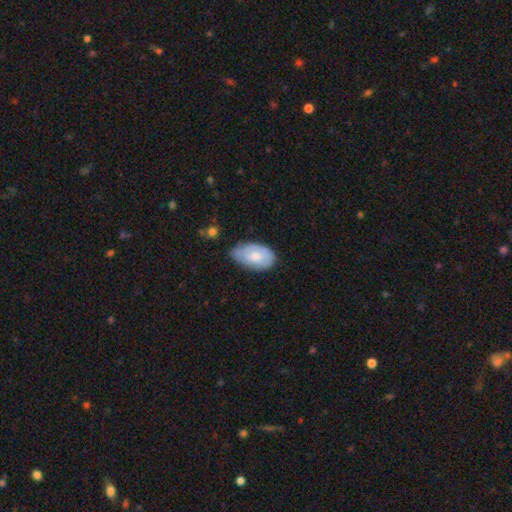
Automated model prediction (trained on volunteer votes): A smooth galaxy with no disk features (71%) that is in between round and cigar-shaped (94%).

Vote fractions:
- Smooth or featured? smooth: 71% / featured or disk: 23% / star or artifact: 6%
- How rounded? in between: 94% / round: 5% / cigar-shaped: 1%
- Merging? none: 61% / minor disturbance: 32% / major disturbance: 6% / merger: 2%